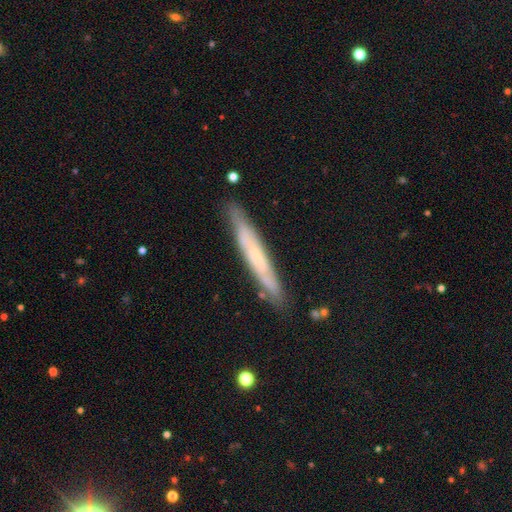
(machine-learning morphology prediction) A featured or disk galaxy (53%) viewed edge-on (80%).

Vote fractions:
- Smooth or featured? featured or disk: 53% / smooth: 41% / star or artifact: 7%
- Edge-on disk? yes: 80% / no: 20%
- Merging? none: 83% / minor disturbance: 13% / major disturbance: 2% / merger: 2%